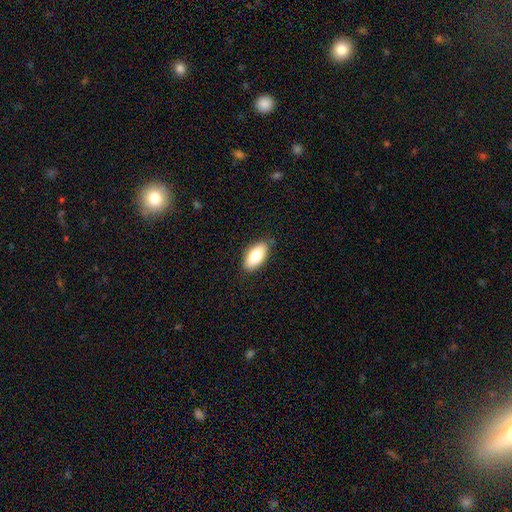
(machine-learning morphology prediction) Smooth or featured? smooth (78%)
How rounded? in between (91%)
Merging? none (86%)